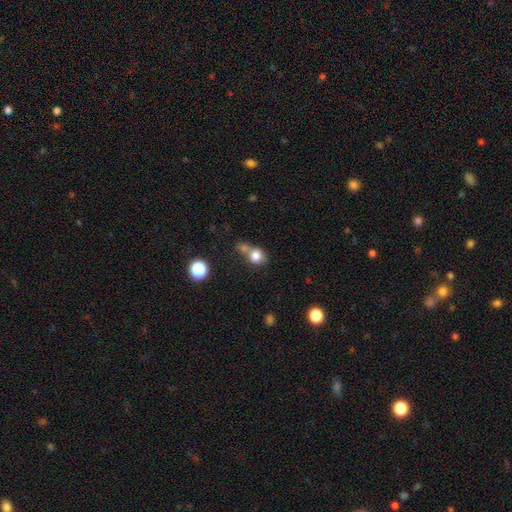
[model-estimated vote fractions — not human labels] This is likely a smooth galaxy (79%). How rounded: likely round (74%). Merging: marginally none (40%, tied with merger).